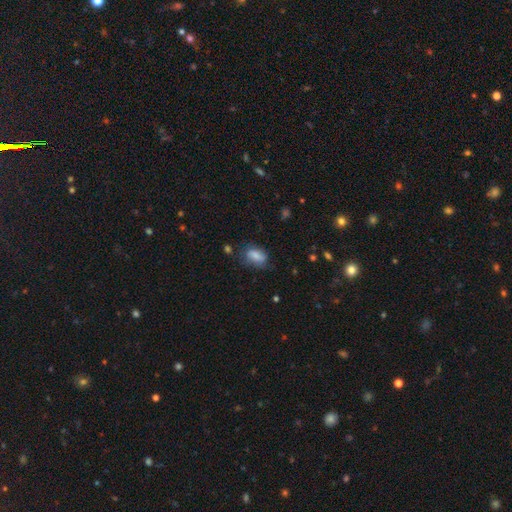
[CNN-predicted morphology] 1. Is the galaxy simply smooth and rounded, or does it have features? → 79% smooth, 12% featured or disk, 9% star or artifact.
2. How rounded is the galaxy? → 85% in between, 10% round, 5% cigar-shaped.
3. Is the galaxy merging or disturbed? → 60% none, 27% minor disturbance, 10% major disturbance, 3% merger.